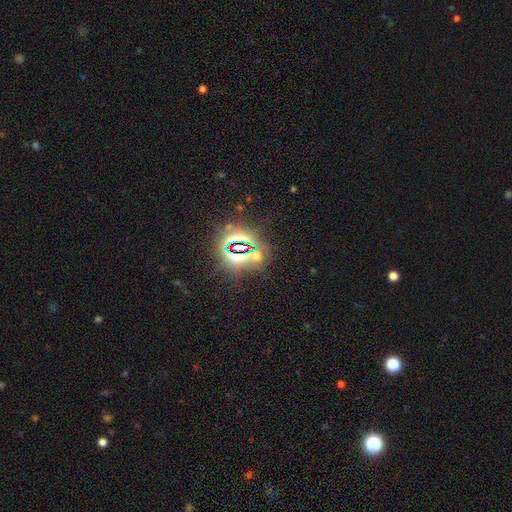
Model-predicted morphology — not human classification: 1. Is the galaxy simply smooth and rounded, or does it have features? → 73% star or artifact, 19% smooth, 8% featured or disk.